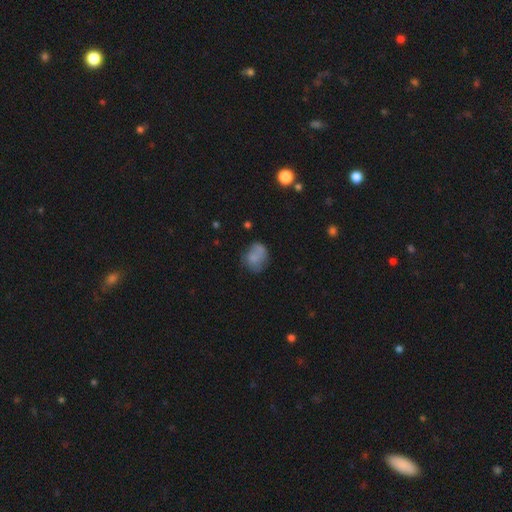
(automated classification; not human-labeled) smooth 69%, featured or disk 20%, star or artifact 10%. Down the decision tree: how rounded — round (50%); merging — none (46%).